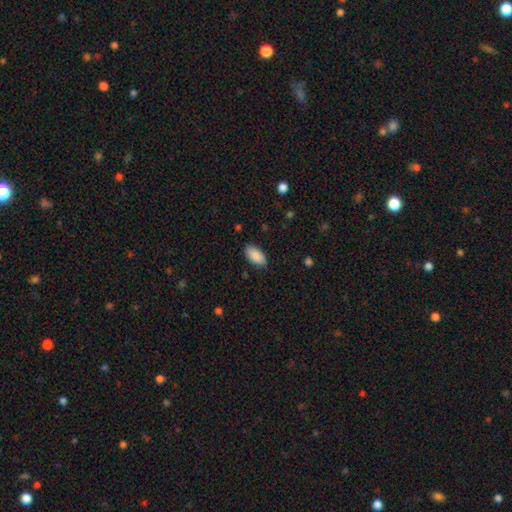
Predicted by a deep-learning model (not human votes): Overall: smooth (90%). How rounded: in between (94%). Merging: none (85%).